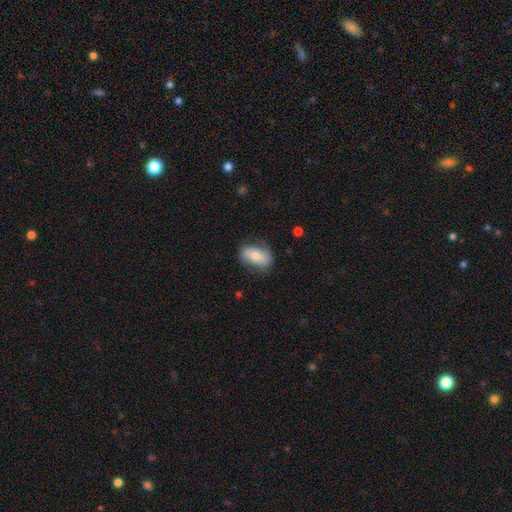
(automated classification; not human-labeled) This is likely a smooth galaxy (65%). How rounded: clearly in between (88%). Merging: likely none (73%).